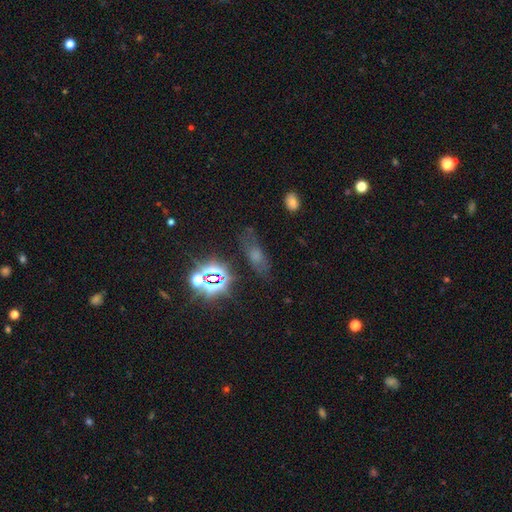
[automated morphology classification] This is possibly a smooth galaxy (47%). Merging: likely none (67%).